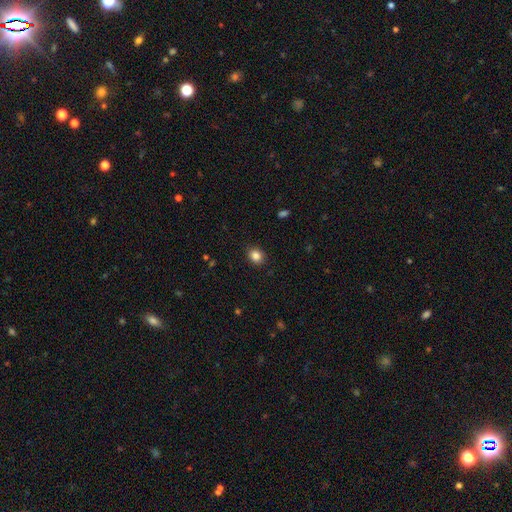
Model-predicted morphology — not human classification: The model was most divided on "how rounded": round: 64%, in between: 35%, cigar-shaped: 1%. More confident: merging — none (89%); smooth or featured — smooth (85%).